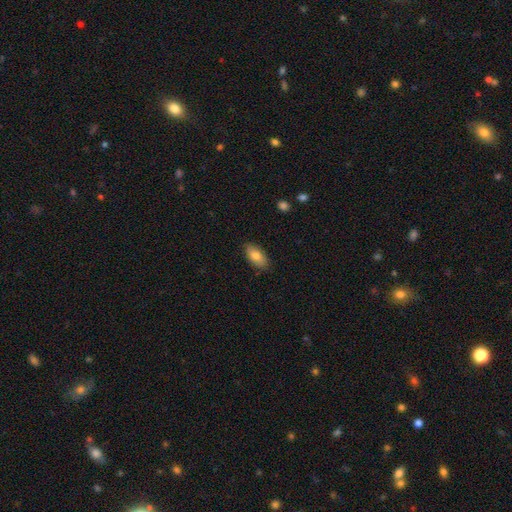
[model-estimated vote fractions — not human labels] The model was most divided on "smooth or featured": smooth: 80%, featured or disk: 14%, star or artifact: 7%. More confident: how rounded — in between (92%); merging — none (85%).